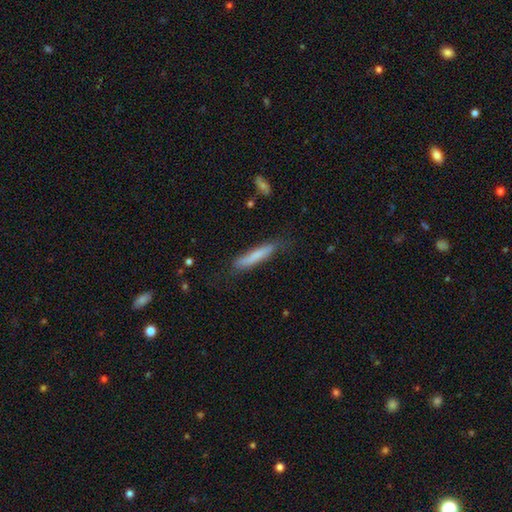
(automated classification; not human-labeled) Smooth or featured? Predicted: smooth (p=0.73). How rounded? Predicted: cigar-shaped (p=0.92). Merging? Predicted: none (p=0.72).